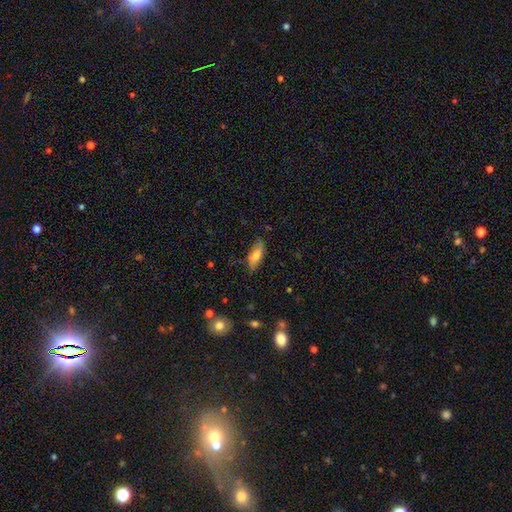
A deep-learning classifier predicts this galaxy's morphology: This is likely a smooth galaxy (71%). How rounded: likely in between (75%). Merging: likely none (74%).